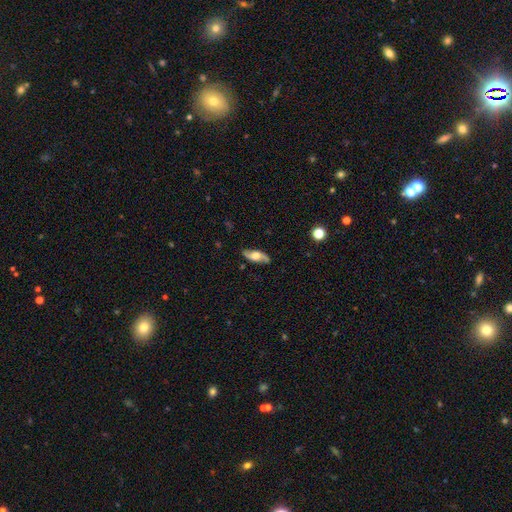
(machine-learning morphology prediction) This is likely a featured or disk galaxy (63%). It is likely not viewed edge-on (77%). Merging: clearly none (81%).